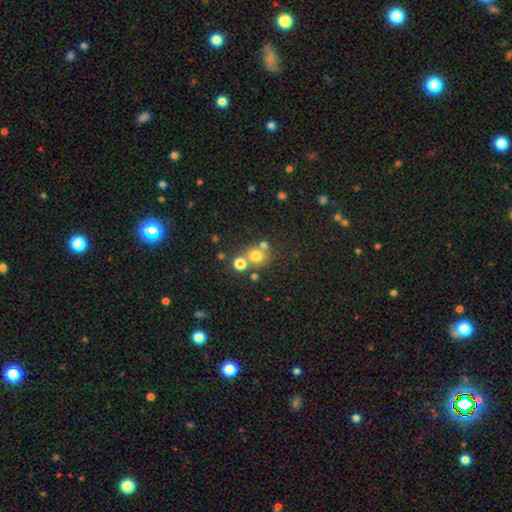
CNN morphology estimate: type=smooth (71%); roundness=round (86%); merging=none (61%).